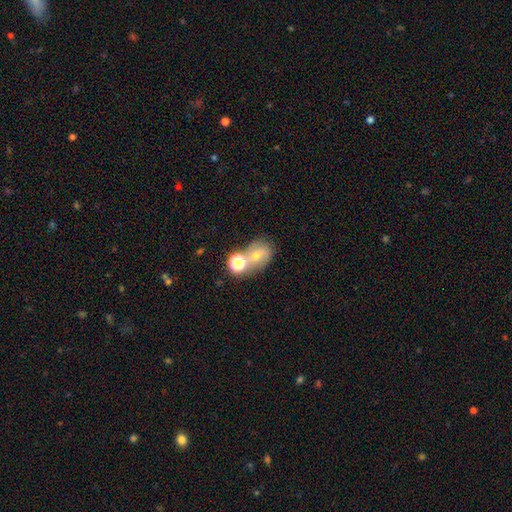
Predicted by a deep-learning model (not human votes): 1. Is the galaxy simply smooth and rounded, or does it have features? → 57% smooth, 26% featured or disk, 16% star or artifact.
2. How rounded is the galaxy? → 52% in between, 47% round, 1% cigar-shaped.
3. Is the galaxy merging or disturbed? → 44% none, 35% merger, 14% minor disturbance, 7% major disturbance.